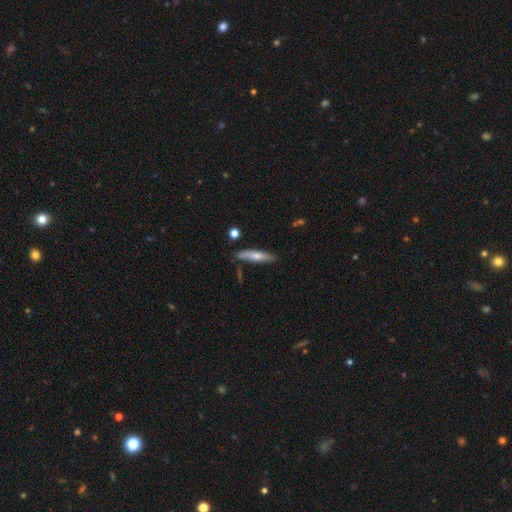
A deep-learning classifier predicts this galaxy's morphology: Smooth or featured? smooth (58%)
How rounded? cigar-shaped (79%)
Merging? none (79%)